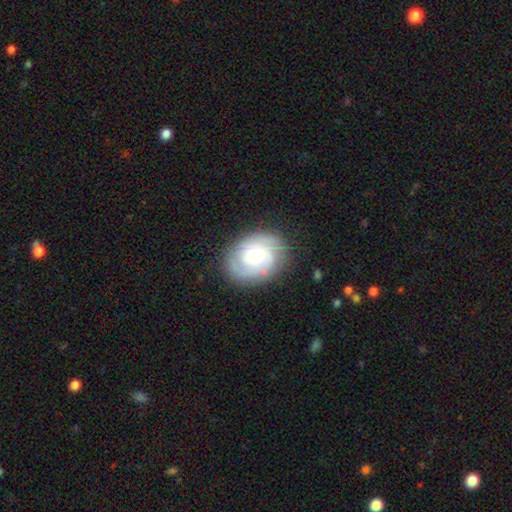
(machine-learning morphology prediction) The model was most divided on "bulge size": moderate: 44%, small: 41%, large: 11%, none: 2%, dominant: 2%. Remaining: edge-on disk — no (97%); spiral arms — yes (90%); merging — none (79%); bar — no (70%); smooth or featured — featured or disk (68%); spiral winding — tight (56%); spiral arm count — 2 (35%).